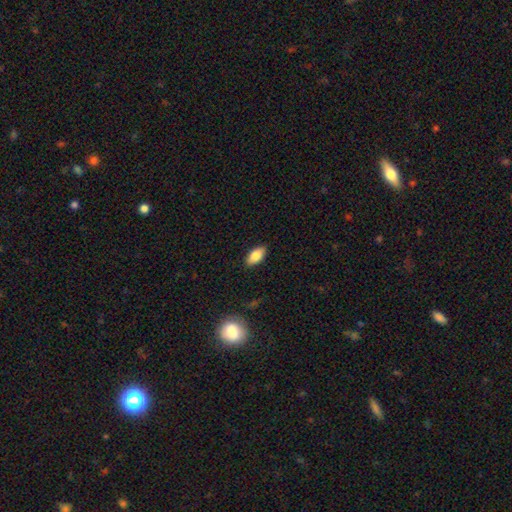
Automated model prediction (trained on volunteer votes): Smooth or featured? smooth (83%)
How rounded? in between (91%)
Merging? none (89%)